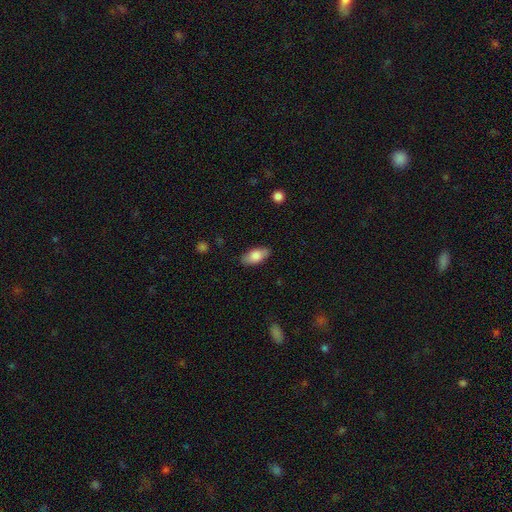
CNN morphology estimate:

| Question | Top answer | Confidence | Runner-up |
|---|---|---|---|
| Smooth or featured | smooth | 80% | featured or disk (13%) |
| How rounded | in between | 91% | cigar-shaped (6%) |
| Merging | none | 84% | minor disturbance (12%) |